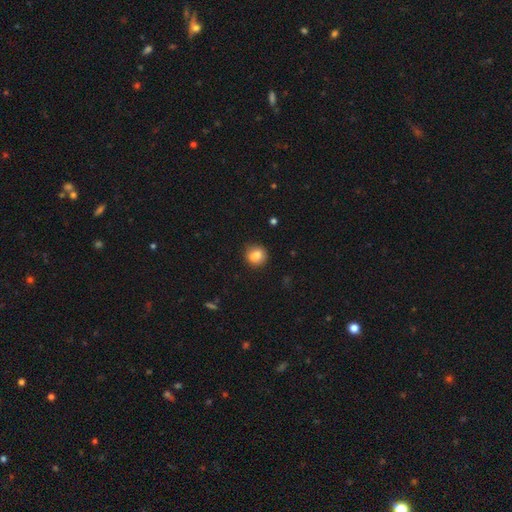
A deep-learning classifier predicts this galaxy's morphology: Overall: smooth (78%). How rounded: round (76%). Merging: none (62%).